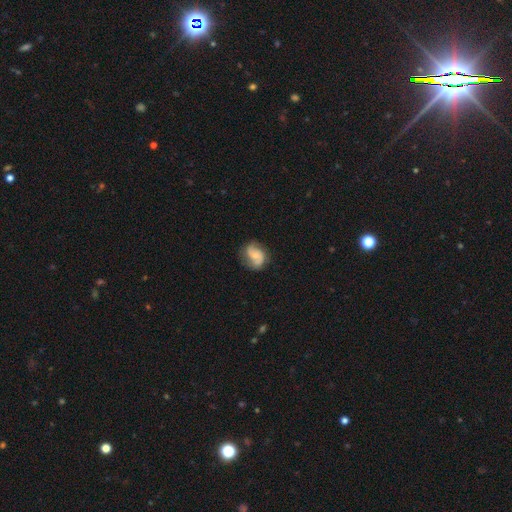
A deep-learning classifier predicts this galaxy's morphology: A featured or disk galaxy (64%) with no bar (59%), 2 (83%) medium (44%) spiral arms (92%) and a small central bulge (51%). Merging: none (70%).